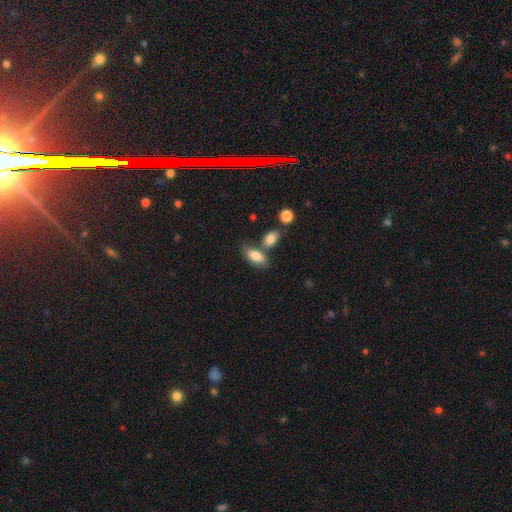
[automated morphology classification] Smooth or featured? Predicted: smooth (p=0.79). How rounded? Predicted: in between (p=0.88). Merging? Predicted: none (p=0.53).